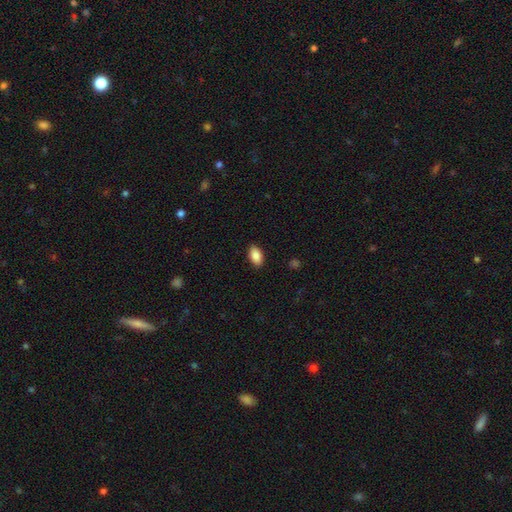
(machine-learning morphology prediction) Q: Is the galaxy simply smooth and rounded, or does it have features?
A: smooth — 88%.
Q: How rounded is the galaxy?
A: in between — 93%.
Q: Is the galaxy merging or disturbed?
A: none — 89%.